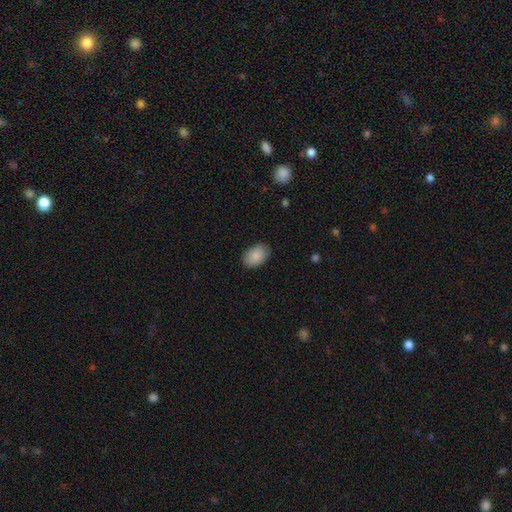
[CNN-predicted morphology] Q: Smooth or featured?
A: smooth (87%); runner-up: star or artifact (7%)
Q: How rounded?
A: in between (88%); runner-up: round (11%)
Q: Merging?
A: none (86%); runner-up: minor disturbance (11%)